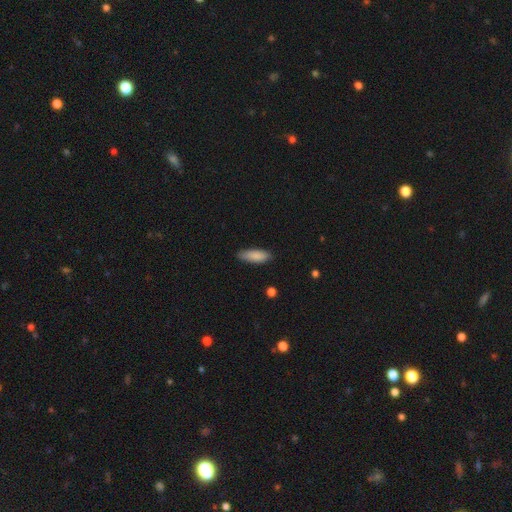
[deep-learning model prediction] smooth_or_featured: smooth (p=0.88) [alt: featured or disk p=0.06]
how_rounded: in between (p=0.60) [alt: cigar-shaped p=0.38]
merging: none (p=0.83) [alt: minor disturbance p=0.14]